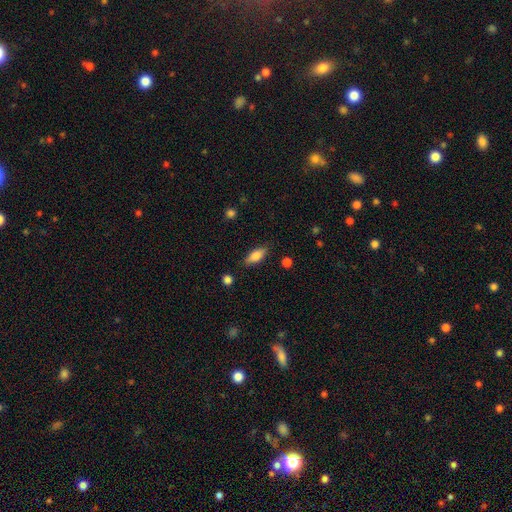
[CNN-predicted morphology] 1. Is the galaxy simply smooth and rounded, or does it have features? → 79% smooth, 14% featured or disk, 7% star or artifact.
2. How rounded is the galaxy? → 77% in between, 20% cigar-shaped, 3% round.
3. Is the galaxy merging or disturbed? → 84% none, 12% minor disturbance, 3% major disturbance, 2% merger.